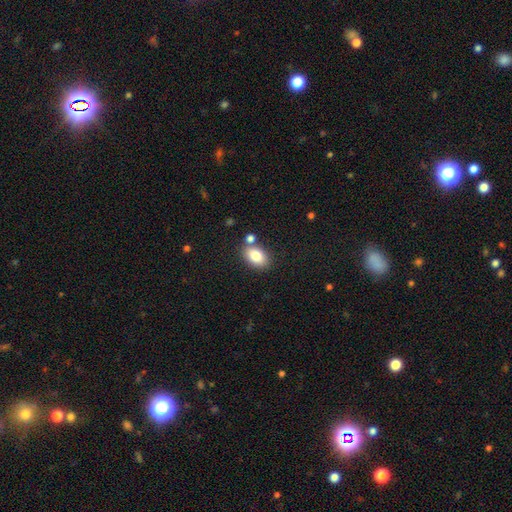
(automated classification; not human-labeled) Smooth or featured? smooth (82%)
How rounded? in between (88%)
Merging? none (73%)